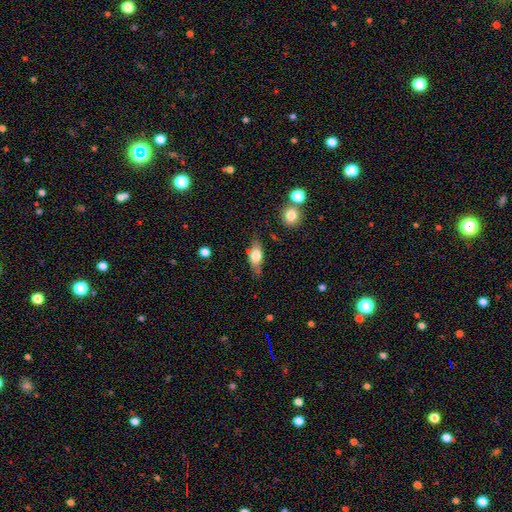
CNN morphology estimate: Smooth or featured? smooth (65%)
How rounded? in between (77%)
Merging? none (72%)